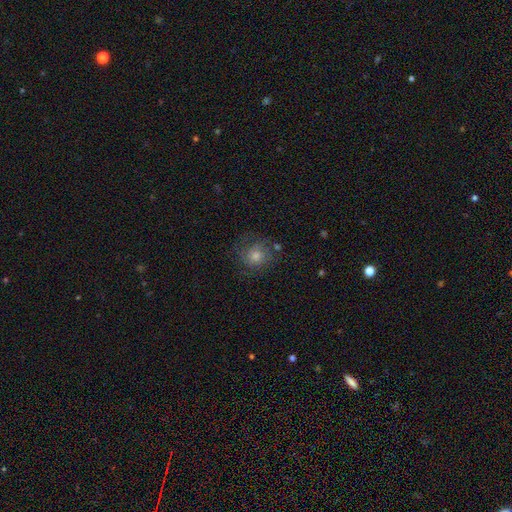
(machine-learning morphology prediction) The model was most divided on "smooth or featured": smooth: 48%, featured or disk: 34%, star or artifact: 18%. More confident: merging — none (72%).